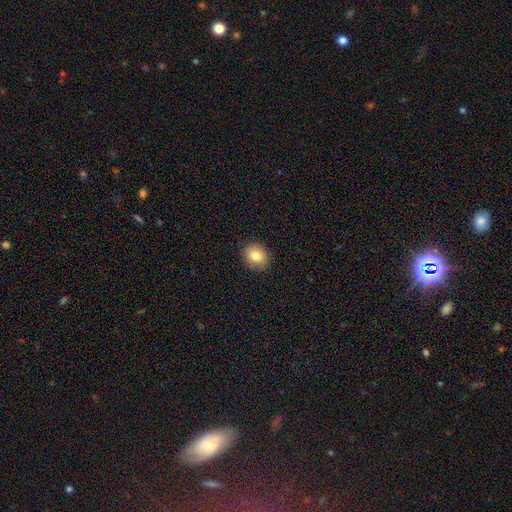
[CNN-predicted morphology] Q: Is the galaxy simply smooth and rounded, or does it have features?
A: smooth — 82%.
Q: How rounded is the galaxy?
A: round — 64%.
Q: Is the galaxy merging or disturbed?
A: none — 89%.